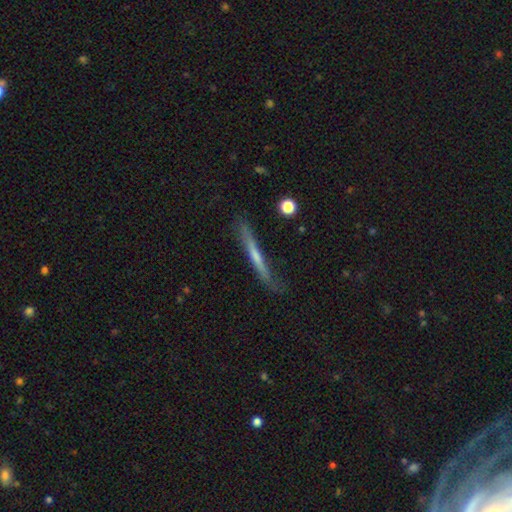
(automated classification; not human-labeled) Q: Smooth or featured?
A: featured or disk (60%); runner-up: smooth (29%)
Q: Edge-on disk?
A: yes (91%); runner-up: no (9%)
Q: Edge-on bulge?
A: rounded (53%); runner-up: none (40%)
Q: Merging?
A: none (76%); runner-up: minor disturbance (18%)